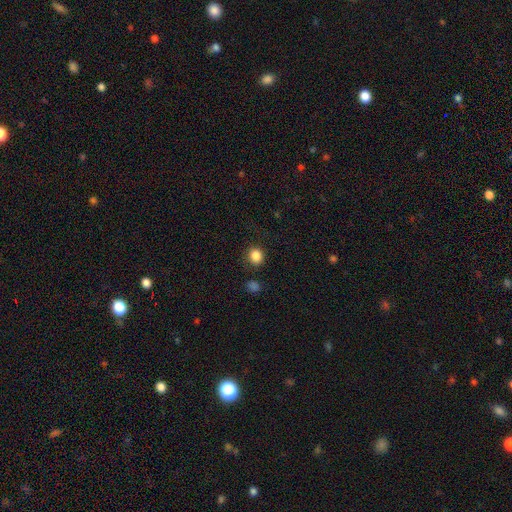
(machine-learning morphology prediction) A smooth galaxy with no disk features (85%) that is round (82%). Merging: none (84%).